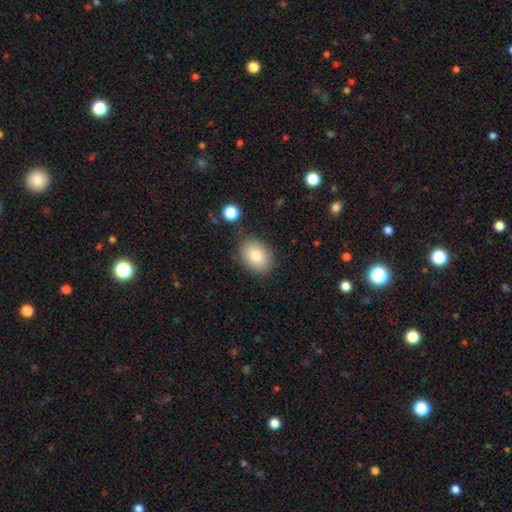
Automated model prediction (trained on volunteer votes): This appears to be a smooth galaxy with no disk features (83%) that is in between round and cigar-shaped (77%). Merging: none (82%).